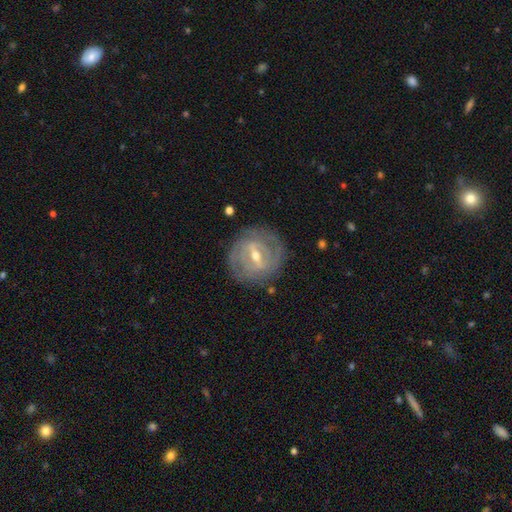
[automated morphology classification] Q: Smooth or featured?
A: featured or disk (83%); runner-up: smooth (11%)
Q: Edge-on disk?
A: no (93%); runner-up: yes (7%)
Q: Bar?
A: strong (51%); runner-up: weak (39%)
Q: Spiral arms?
A: yes (80%); runner-up: no (20%)
Q: Spiral winding?
A: tight (72%); runner-up: medium (22%)
Q: Spiral arm count?
A: 2 (39%); runner-up: can't tell (38%)
Q: Bulge size?
A: moderate (57%); runner-up: small (39%)
Q: Merging?
A: none (82%); runner-up: minor disturbance (12%)